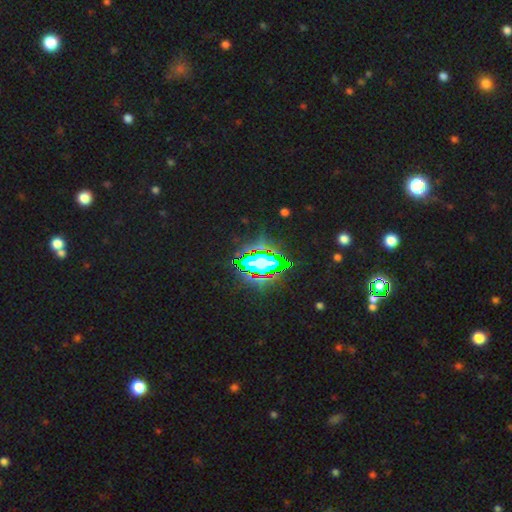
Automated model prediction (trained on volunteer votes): The model was most divided on "smooth or featured": star or artifact: 75%, smooth: 14%, featured or disk: 11%.